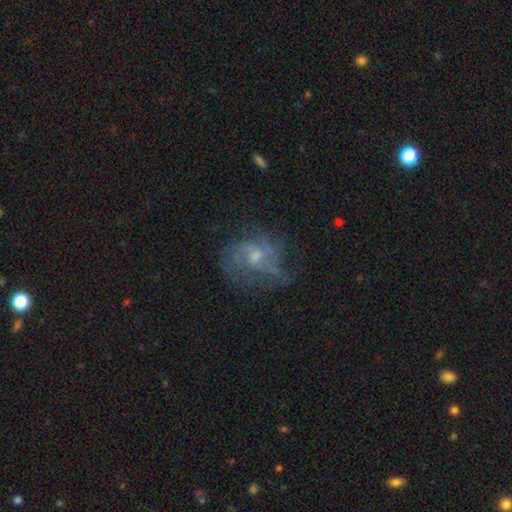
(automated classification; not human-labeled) Smooth or featured? featured or disk (71%)
Edge-on disk? no (97%)
Bar? no (68%)
Spiral arms? yes (82%)
Spiral winding? medium (45%)
Spiral arm count? can't tell (34%)
Bulge size? moderate (49%)
Merging? none (57%)